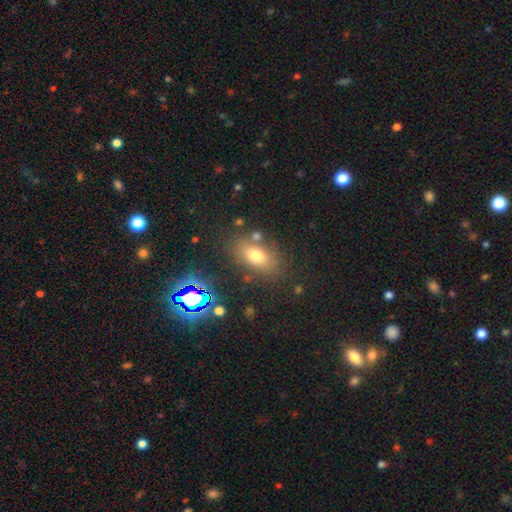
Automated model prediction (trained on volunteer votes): Q: Smooth or featured?
A: smooth (70%); runner-up: star or artifact (15%)
Q: How rounded?
A: in between (80%); runner-up: round (16%)
Q: Merging?
A: none (75%); runner-up: minor disturbance (13%)